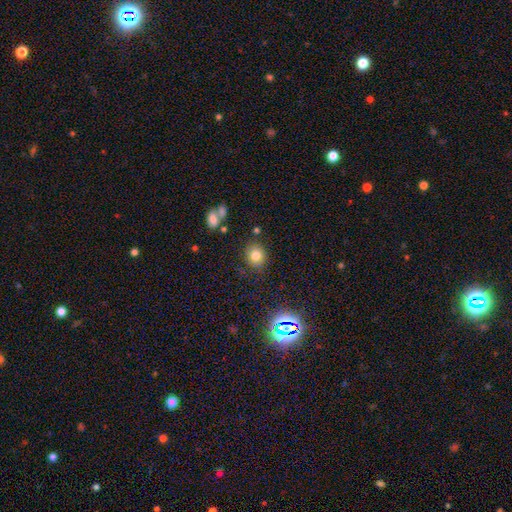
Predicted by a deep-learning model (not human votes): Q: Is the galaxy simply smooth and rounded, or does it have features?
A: smooth — 78%.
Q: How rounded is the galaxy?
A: round — 76%.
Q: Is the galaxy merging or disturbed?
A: none — 83%.